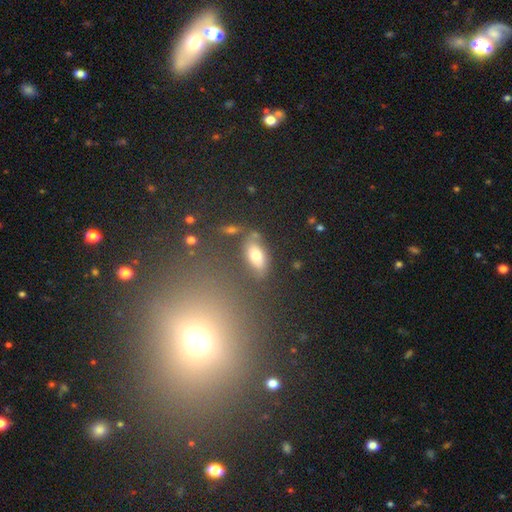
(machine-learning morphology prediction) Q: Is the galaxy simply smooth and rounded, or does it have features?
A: smooth — 71%.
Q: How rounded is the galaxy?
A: in between — 86%.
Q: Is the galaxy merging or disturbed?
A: none — 71%.